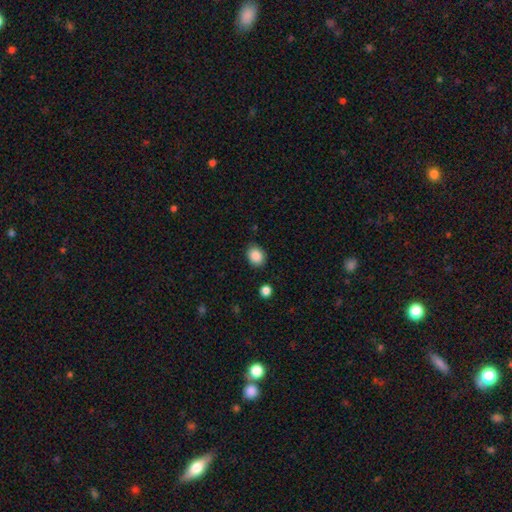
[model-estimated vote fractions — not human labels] Overall: smooth (87%). How rounded: round (55%; in between 45%). Merging: none (86%).